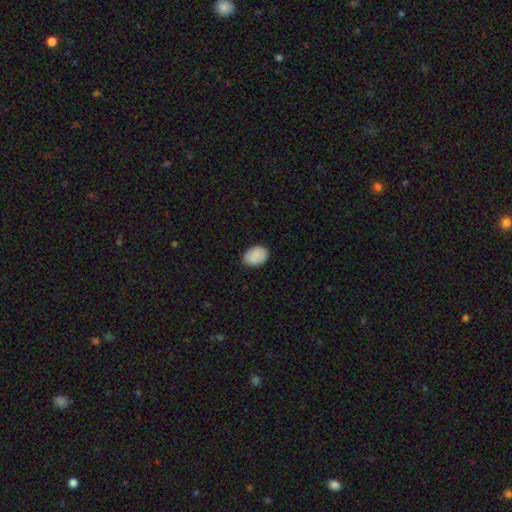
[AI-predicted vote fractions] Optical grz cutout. It shows a smooth galaxy with no disk features (88%) that is in between round and cigar-shaped (75%). Merging: none (83%).